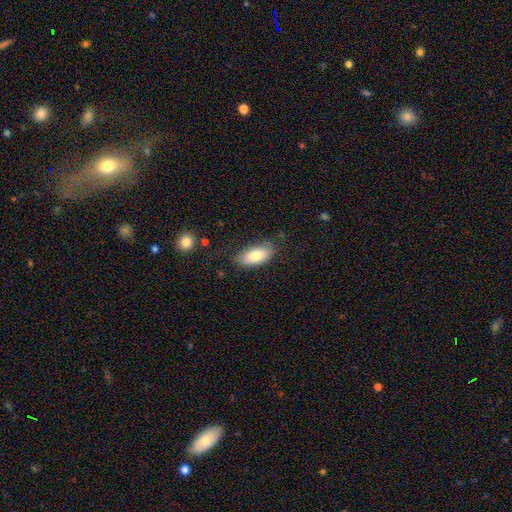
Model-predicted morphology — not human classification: type=smooth (79%); roundness=in between (88%); merging=none (75%).